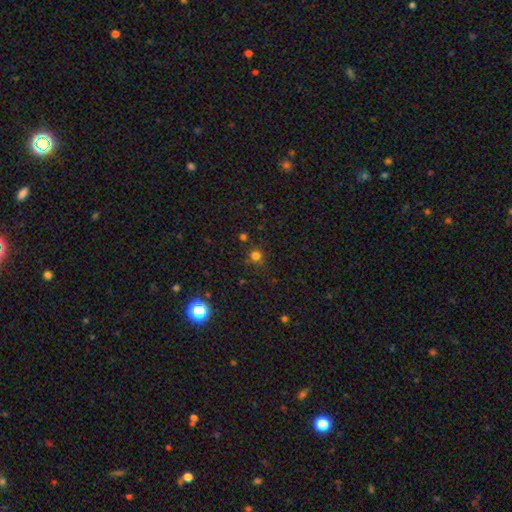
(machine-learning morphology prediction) Smooth or featured?
  - smooth: 72% *
  - star or artifact: 23%
  - featured or disk: 5%
How rounded?
  - round: 91% *
  - in between: 8%
  - cigar-shaped: 1%
Merging?
  - none: 80% *
  - minor disturbance: 11%
  - major disturbance: 4%
  - merger: 4%